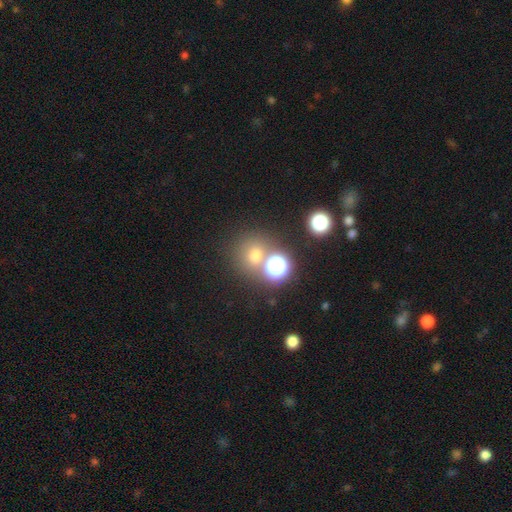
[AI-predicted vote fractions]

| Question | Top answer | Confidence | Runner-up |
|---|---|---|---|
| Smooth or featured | smooth | 64% | star or artifact (27%) |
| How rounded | round | 87% | in between (12%) |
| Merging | none | 66% | merger (22%) |